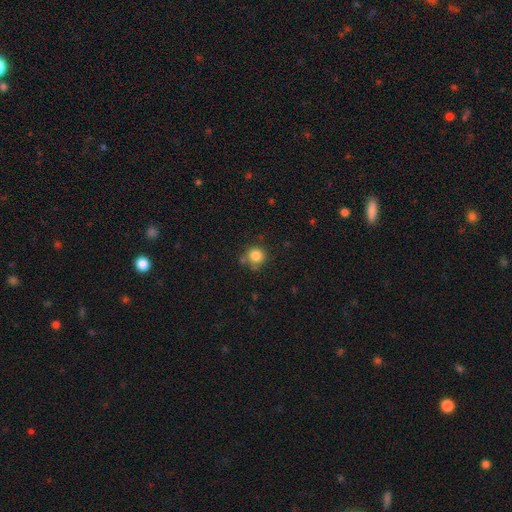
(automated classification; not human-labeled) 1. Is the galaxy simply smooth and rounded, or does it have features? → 83% smooth, 11% star or artifact, 5% featured or disk.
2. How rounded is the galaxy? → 92% round, 7% in between, 1% cigar-shaped.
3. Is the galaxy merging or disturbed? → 74% none, 14% minor disturbance, 9% merger, 4% major disturbance.